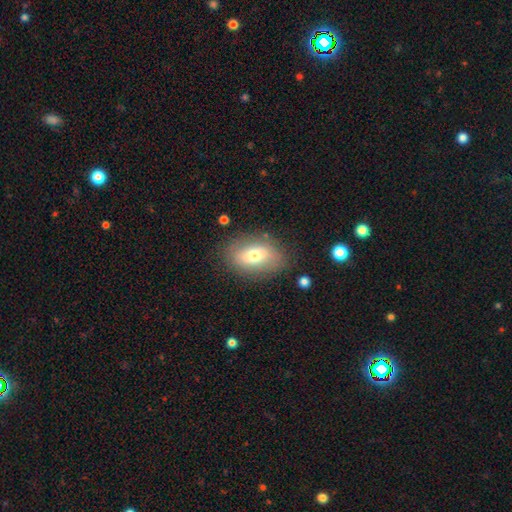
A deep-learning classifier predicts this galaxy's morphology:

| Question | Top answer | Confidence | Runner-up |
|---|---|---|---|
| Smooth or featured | smooth | 53% | featured or disk (28%) |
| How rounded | in between | 84% | round (13%) |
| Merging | none | 84% | minor disturbance (10%) |